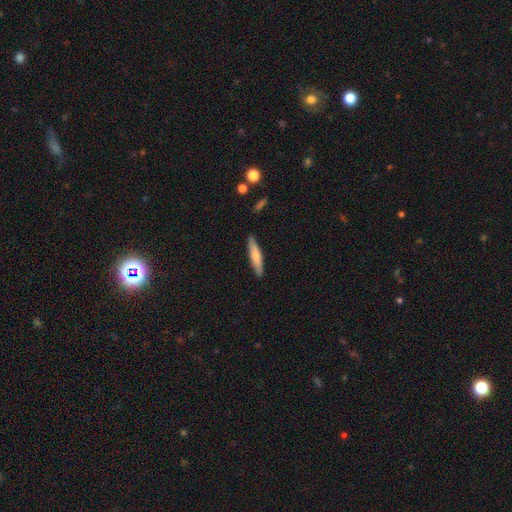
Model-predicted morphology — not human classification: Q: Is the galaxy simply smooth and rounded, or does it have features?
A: smooth — 69%.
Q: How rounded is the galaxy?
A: cigar-shaped — 87%.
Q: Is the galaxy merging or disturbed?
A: none — 88%.